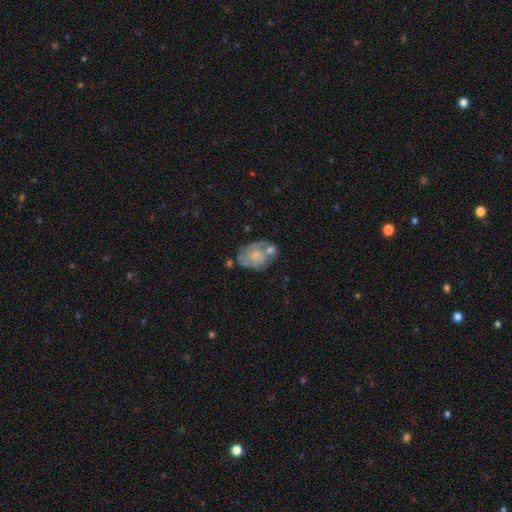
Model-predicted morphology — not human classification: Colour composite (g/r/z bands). It shows a featured or disk galaxy (62%) with no bar (81%), spiral arms (70%) and a small central bulge (49%). Merging: none (42%).